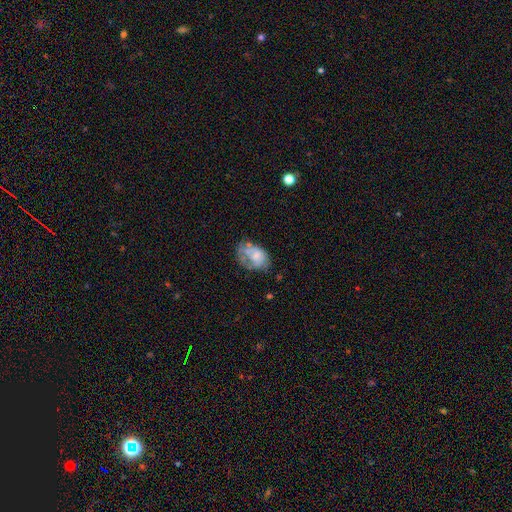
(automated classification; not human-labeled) Smooth or featured: smooth — 48% (featured or disk — 43%)
Merging: none — 39% (minor disturbance — 30%)